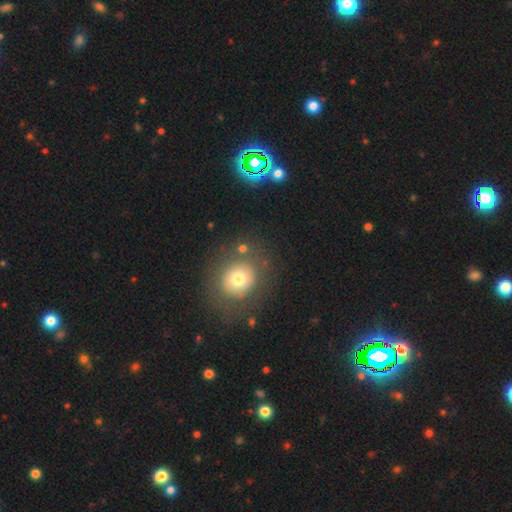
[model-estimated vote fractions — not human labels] A smooth galaxy with no disk features (49%). Merging: none (82%).